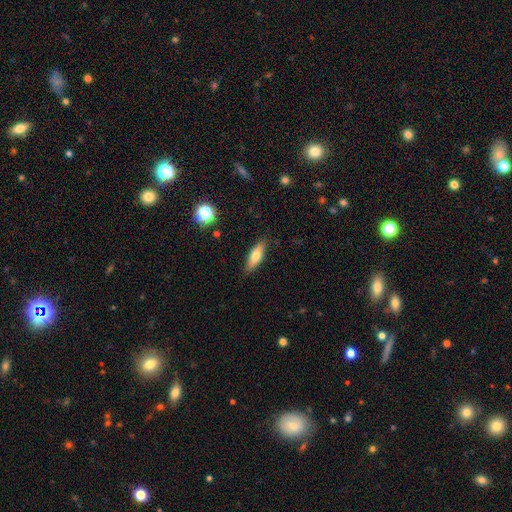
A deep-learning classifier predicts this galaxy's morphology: smooth_or_featured: smooth (p=0.67) [alt: featured or disk p=0.25]
how_rounded: in between (p=0.53) [alt: cigar-shaped p=0.44]
merging: none (p=0.87) [alt: minor disturbance p=0.10]